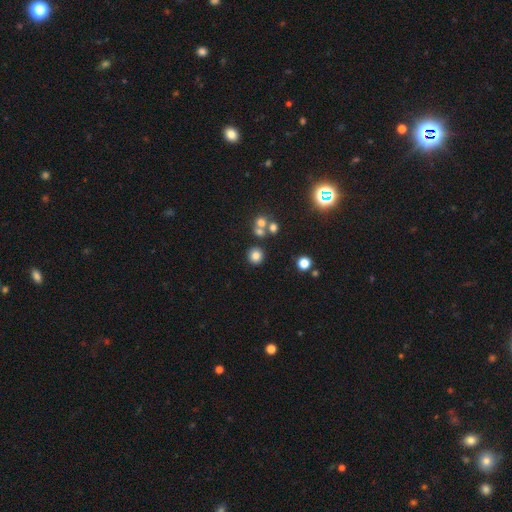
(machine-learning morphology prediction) smooth_or_featured: smooth (p=0.78) [alt: star or artifact p=0.15]
how_rounded: round (p=0.91) [alt: in between p=0.08]
merging: none (p=0.80) [alt: merger p=0.09]